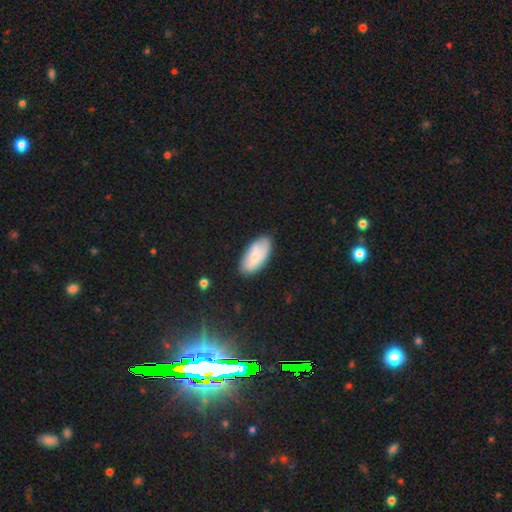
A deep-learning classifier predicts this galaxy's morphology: This is likely a smooth galaxy (68%). How rounded: clearly in between (92%). Merging: clearly none (81%).